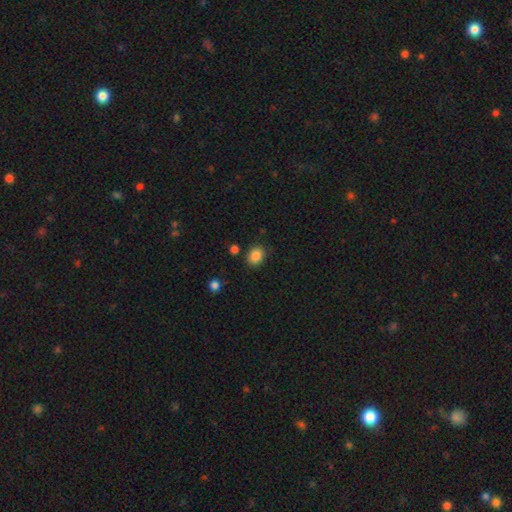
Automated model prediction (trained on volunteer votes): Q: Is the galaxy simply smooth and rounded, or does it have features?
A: smooth — 86%.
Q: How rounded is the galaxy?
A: round — 51%.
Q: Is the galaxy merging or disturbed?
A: none — 83%.